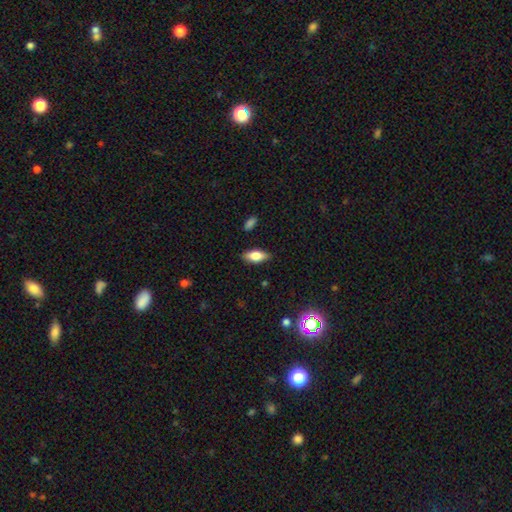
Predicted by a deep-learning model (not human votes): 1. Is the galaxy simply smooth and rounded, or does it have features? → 70% smooth, 23% featured or disk, 7% star or artifact.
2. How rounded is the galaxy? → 80% in between, 16% cigar-shaped, 3% round.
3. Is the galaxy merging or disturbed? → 84% none, 11% minor disturbance, 3% major disturbance, 2% merger.